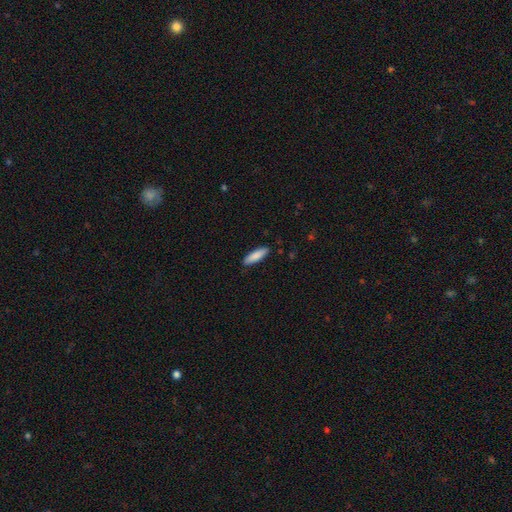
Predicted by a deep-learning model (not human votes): This is clearly a smooth galaxy (87%). How rounded: possibly cigar-shaped (53%). Merging: clearly none (88%).